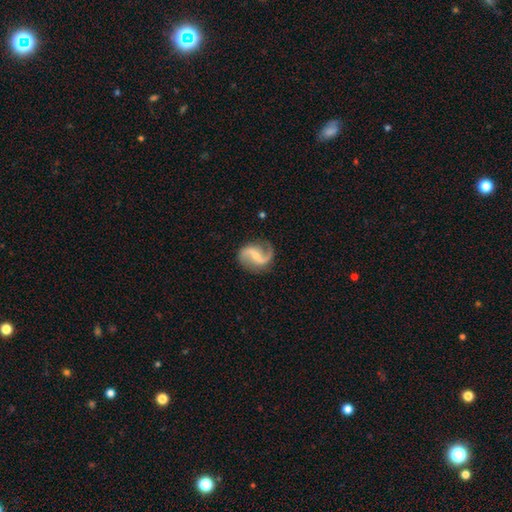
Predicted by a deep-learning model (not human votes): smooth_or_featured: featured or disk (p=0.89) [alt: smooth p=0.07]
disk_edge_on: no (p=0.98) [alt: yes p=0.02]
bar: weak (p=0.45) [alt: strong p=0.30]
has_spiral_arms: yes (p=0.97) [alt: no p=0.03]
spiral_winding: loose (p=0.60) [alt: medium p=0.32]
spiral_arm_count: 2 (p=0.92) [alt: 1 p=0.03]
bulge_size: small (p=0.60) [alt: moderate p=0.29]
merging: none (p=0.81) [alt: minor disturbance p=0.13]